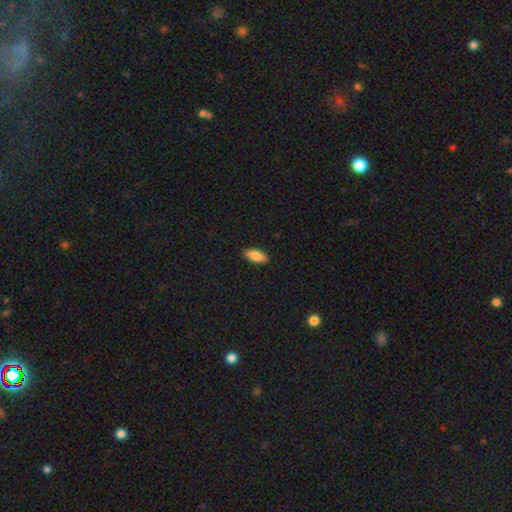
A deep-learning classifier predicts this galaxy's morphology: smooth 81%, featured or disk 12%, star or artifact 6%. Down the decision tree: how rounded — in between (84%); merging — none (88%).